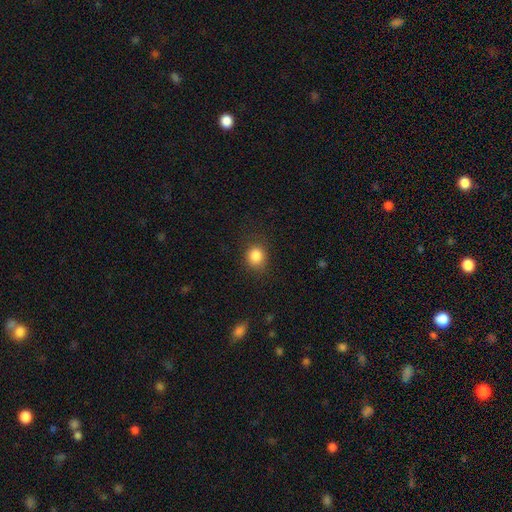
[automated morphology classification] A smooth galaxy with no disk features (85%) that is round (78%).

Vote fractions:
- Smooth or featured? smooth: 85% / star or artifact: 11% / featured or disk: 4%
- How rounded? round: 78% / in between: 21% / cigar-shaped: 1%
- Merging? none: 82% / minor disturbance: 12% / major disturbance: 4% / merger: 1%